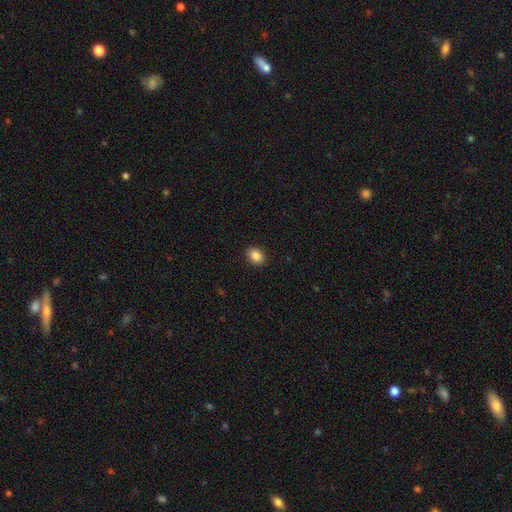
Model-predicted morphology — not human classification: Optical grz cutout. It shows a smooth galaxy with no disk features (88%) that is in between round and cigar-shaped (64%). Merging: none (90%).